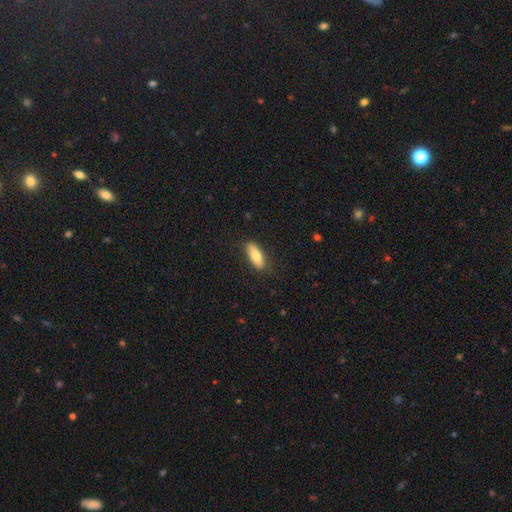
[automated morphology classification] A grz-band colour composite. It shows a smooth galaxy with no disk features (77%) that is in between round and cigar-shaped (68%). Merging: none (85%).